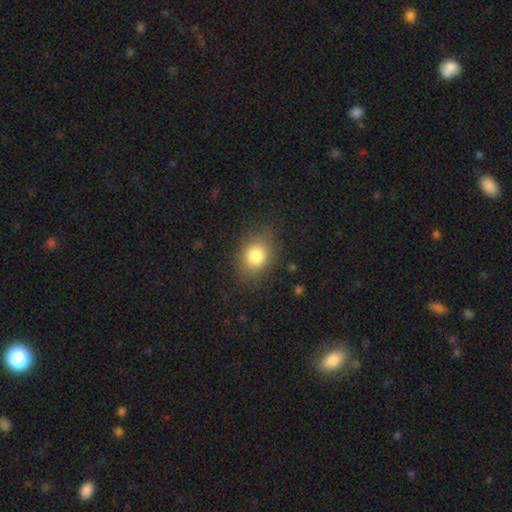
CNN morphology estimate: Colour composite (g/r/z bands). It shows a smooth galaxy with no disk features (81%) that is in between round and cigar-shaped (56%). Merging: none (79%).